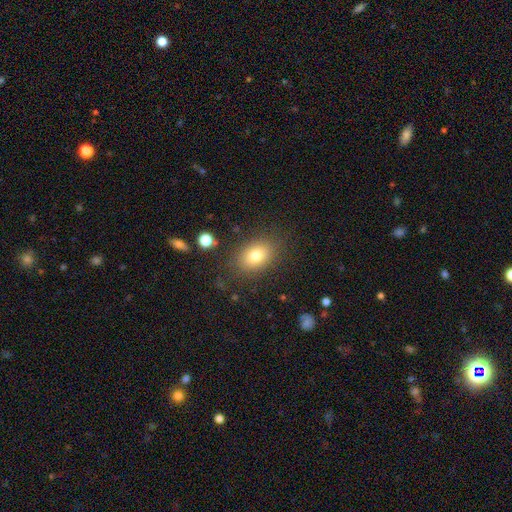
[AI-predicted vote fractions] A smooth galaxy with no disk features (78%) that is in between round and cigar-shaped (74%). Merging: none (82%).